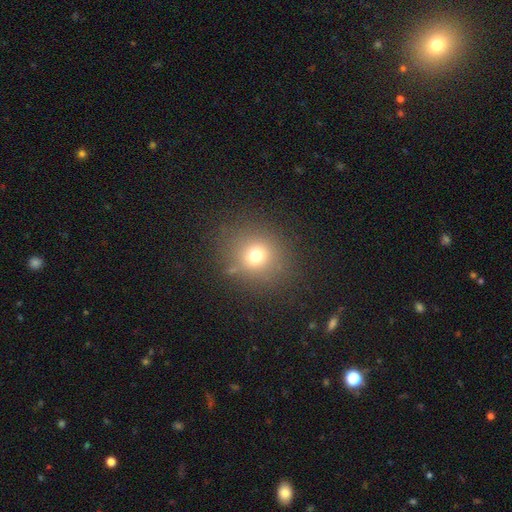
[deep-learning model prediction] The model was most divided on "smooth or featured": smooth: 71%, star or artifact: 18%, featured or disk: 11%. More confident: merging — none (83%); how rounded — round (82%).